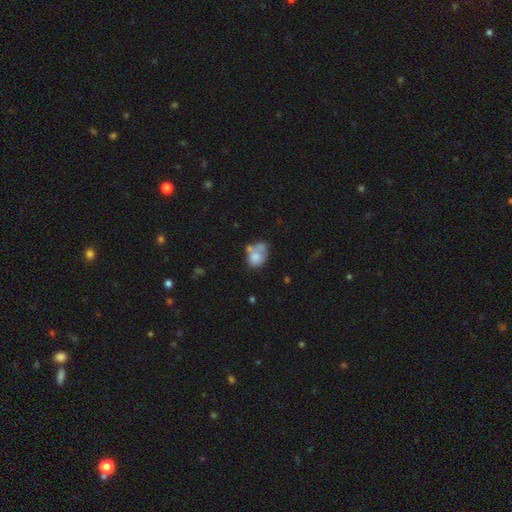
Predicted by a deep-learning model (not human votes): Smooth or featured? smooth (70%)
How rounded? in between (59%)
Merging? merger (35%)